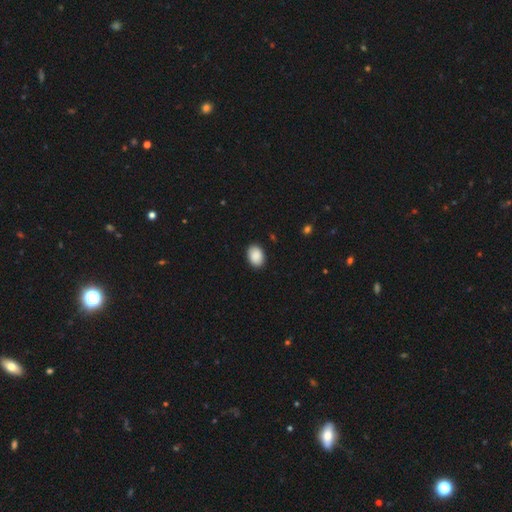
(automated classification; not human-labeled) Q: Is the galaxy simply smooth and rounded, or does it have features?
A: smooth — 91%.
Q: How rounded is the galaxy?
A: in between — 79%.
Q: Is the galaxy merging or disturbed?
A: none — 90%.